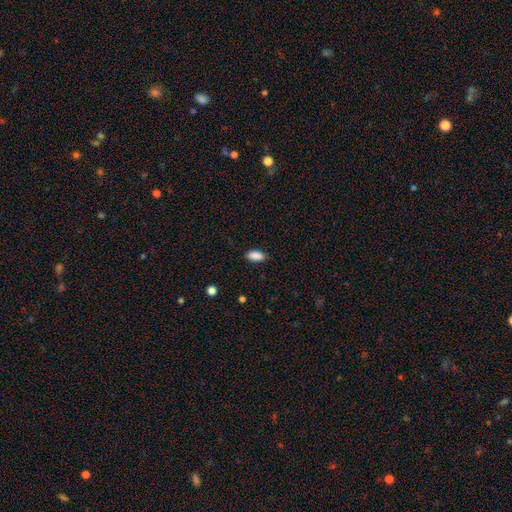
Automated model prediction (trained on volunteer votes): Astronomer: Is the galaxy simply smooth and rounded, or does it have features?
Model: smooth — 89%.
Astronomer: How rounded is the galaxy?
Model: in between — 90%.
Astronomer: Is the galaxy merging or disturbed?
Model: none — 87%.